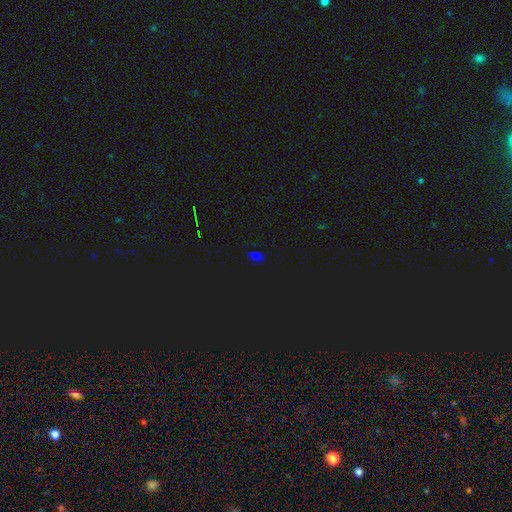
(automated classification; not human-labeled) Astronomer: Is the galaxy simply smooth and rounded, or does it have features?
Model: star or artifact — 53% (runner-up: smooth, 42%).